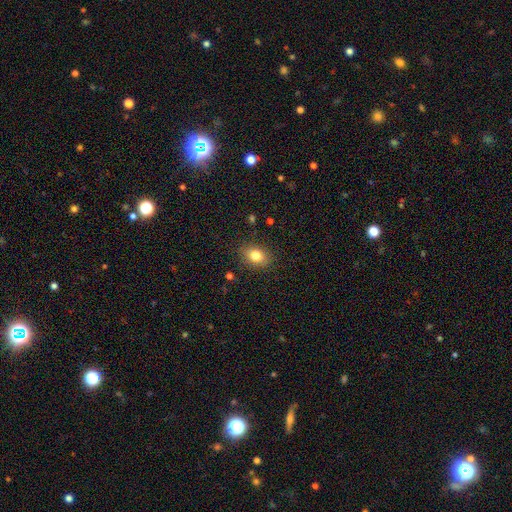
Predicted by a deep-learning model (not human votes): Q: Smooth or featured?
A: smooth (81%); runner-up: star or artifact (10%)
Q: How rounded?
A: in between (69%); runner-up: round (30%)
Q: Merging?
A: none (86%); runner-up: minor disturbance (10%)